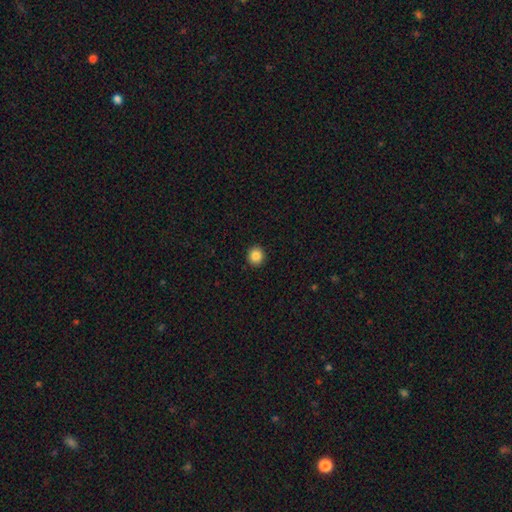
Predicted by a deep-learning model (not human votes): Smooth or featured?
  - smooth: 86% *
  - star or artifact: 10%
  - featured or disk: 4%
How rounded?
  - round: 90% *
  - in between: 9%
  - cigar-shaped: 1%
Merging?
  - none: 93% *
  - minor disturbance: 5%
  - major disturbance: 2%
  - merger: 1%